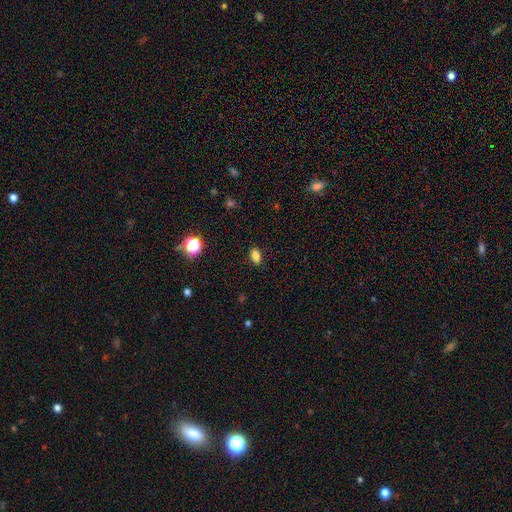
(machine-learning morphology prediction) A smooth galaxy with no disk features (82%) that is in between round and cigar-shaped (86%).

Vote fractions:
- Smooth or featured? smooth: 82% / star or artifact: 13% / featured or disk: 5%
- How rounded? in between: 86% / round: 9% / cigar-shaped: 5%
- Merging? none: 88% / minor disturbance: 9% / major disturbance: 2% / merger: 1%